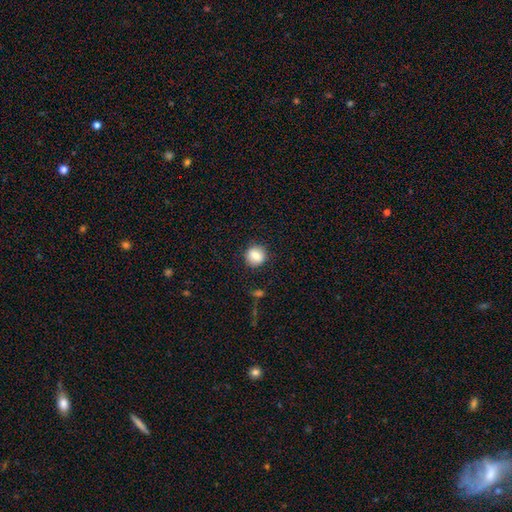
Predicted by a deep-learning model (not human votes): The model was most divided on "smooth or featured": smooth: 83%, star or artifact: 9%, featured or disk: 8%. More confident: how rounded — round (87%); merging — none (87%).